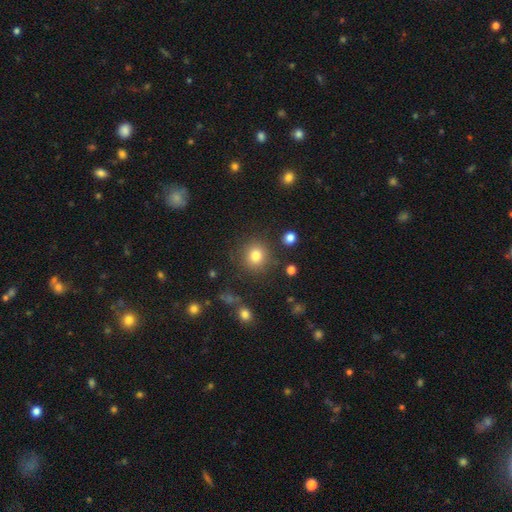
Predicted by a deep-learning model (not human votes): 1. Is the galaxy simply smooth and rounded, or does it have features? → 81% smooth, 12% star or artifact, 7% featured or disk.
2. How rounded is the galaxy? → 89% round, 10% in between, 1% cigar-shaped.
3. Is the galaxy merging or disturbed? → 85% none, 8% minor disturbance, 3% major disturbance, 3% merger.